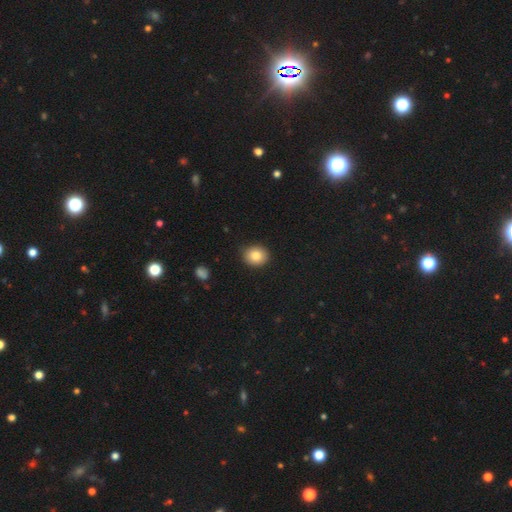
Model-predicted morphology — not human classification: smooth_or_featured: smooth (p=0.84) [alt: star or artifact p=0.09]
how_rounded: round (p=0.71) [alt: in between p=0.28]
merging: none (p=0.89) [alt: minor disturbance p=0.08]